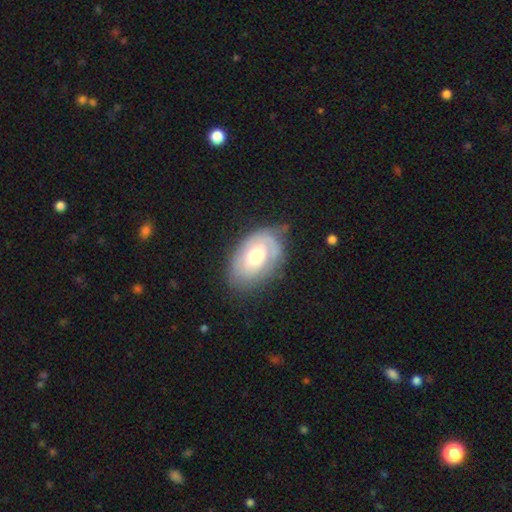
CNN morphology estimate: Smooth or featured? featured or disk (51%)
Edge-on disk? no (94%)
Merging? none (62%)